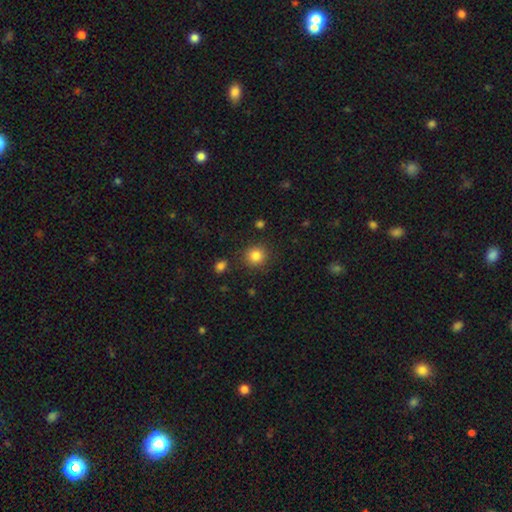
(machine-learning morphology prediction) This is clearly a smooth galaxy (84%). How rounded: clearly round (90%). Merging: clearly none (86%).